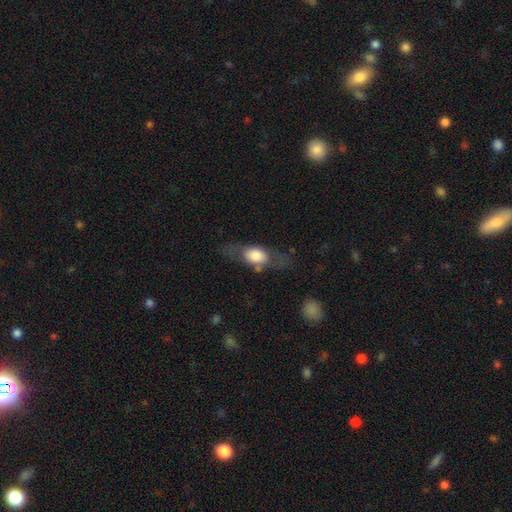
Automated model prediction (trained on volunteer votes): This is likely a smooth galaxy (61%). How rounded: likely in between (73%). Merging: likely none (64%).